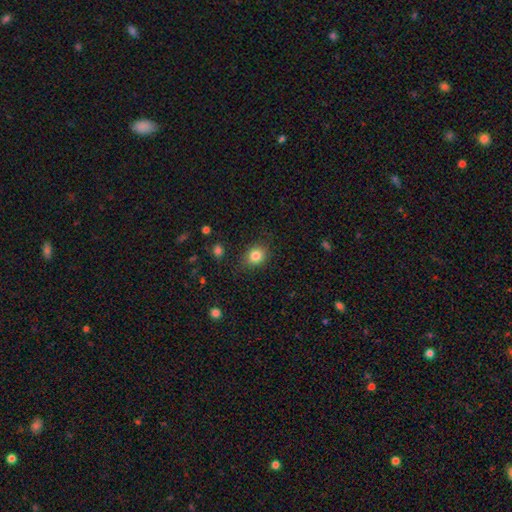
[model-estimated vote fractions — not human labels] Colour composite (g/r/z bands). It shows a smooth galaxy with no disk features (83%) that is round (65%). Merging: none (82%).